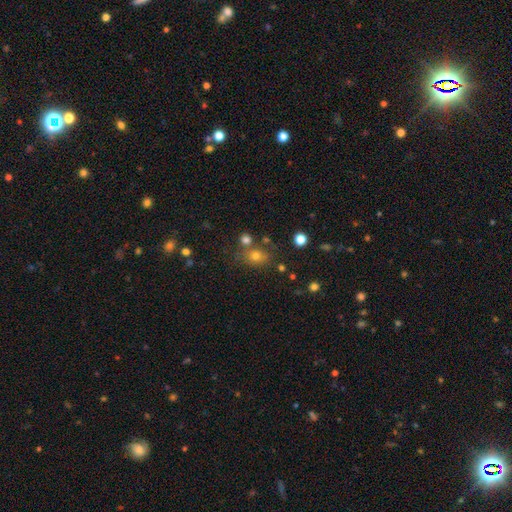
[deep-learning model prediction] Q: Smooth or featured?
A: smooth (67%); runner-up: star or artifact (21%)
Q: How rounded?
A: round (51%); runner-up: in between (48%)
Q: Merging?
A: none (68%); runner-up: merger (14%)